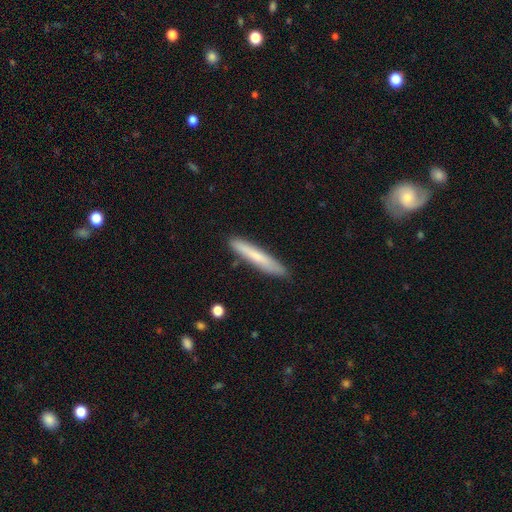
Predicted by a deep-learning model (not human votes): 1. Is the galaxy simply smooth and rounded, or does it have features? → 71% smooth, 23% featured or disk, 6% star or artifact.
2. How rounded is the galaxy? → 95% cigar-shaped, 4% in between, 1% round.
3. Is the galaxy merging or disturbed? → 88% none, 9% minor disturbance, 2% major disturbance, 1% merger.